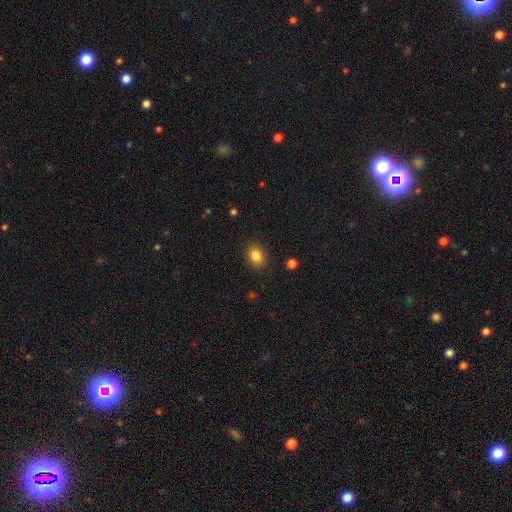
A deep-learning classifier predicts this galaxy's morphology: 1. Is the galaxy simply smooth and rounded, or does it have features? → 85% smooth, 10% star or artifact, 5% featured or disk.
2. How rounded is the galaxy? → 57% in between, 42% round, 1% cigar-shaped.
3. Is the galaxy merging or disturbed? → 88% none, 8% minor disturbance, 2% major disturbance, 1% merger.